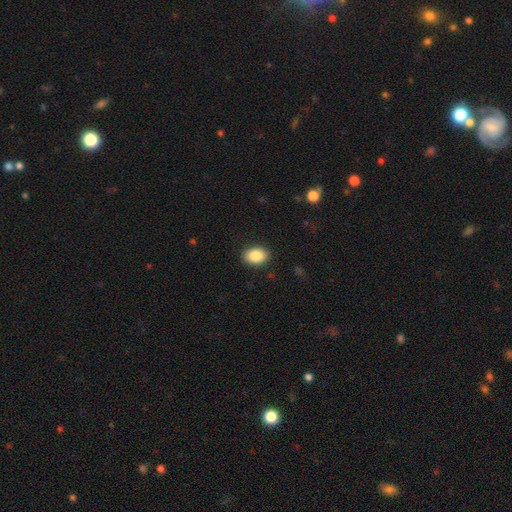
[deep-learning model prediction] A smooth galaxy with no disk features (87%) that is in between round and cigar-shaped (82%). Merging: none (89%).